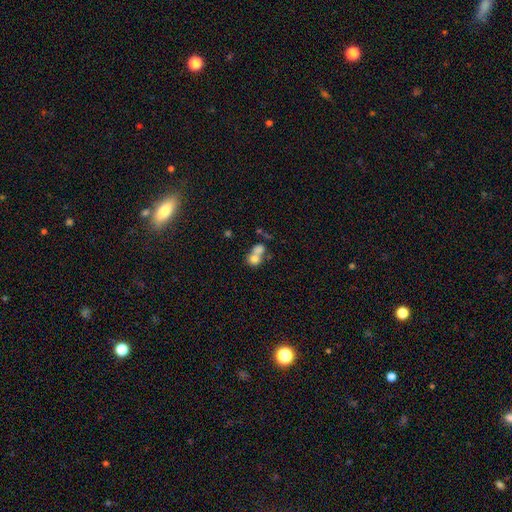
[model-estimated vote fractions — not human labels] Overall: smooth (74%). How rounded: round (63%; in between 36%). Merging: merger (66%).